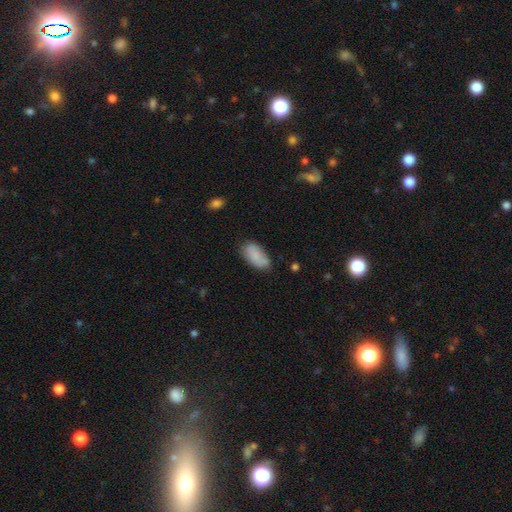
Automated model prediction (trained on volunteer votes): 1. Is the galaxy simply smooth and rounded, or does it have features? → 83% smooth, 10% featured or disk, 7% star or artifact.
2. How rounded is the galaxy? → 94% in between, 4% cigar-shaped, 3% round.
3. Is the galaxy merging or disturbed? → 66% none, 25% minor disturbance, 6% major disturbance, 3% merger.